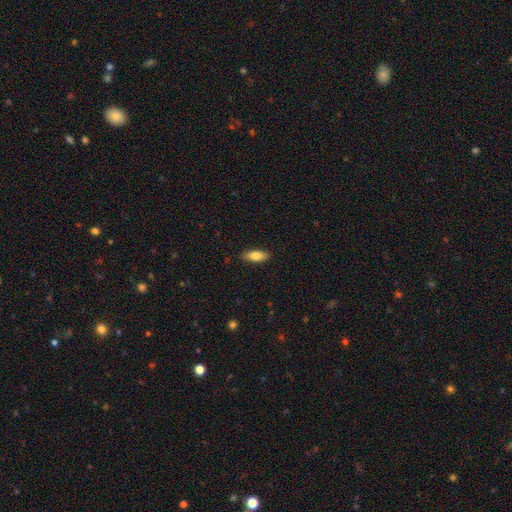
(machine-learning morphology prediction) smooth 80%, featured or disk 14%, star or artifact 6%. Down the decision tree: how rounded — in between (73%); merging — none (88%).